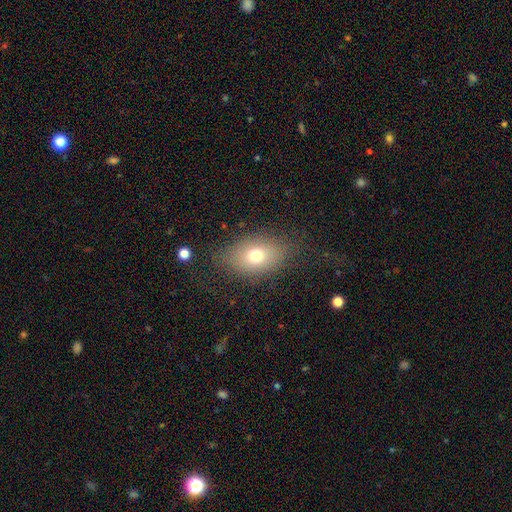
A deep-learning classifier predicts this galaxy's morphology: smooth-or-featured: smooth: 70% | featured or disk: 17% | star or artifact: 12%
  how-rounded: in between: 80% | round: 18% | cigar-shaped: 2%
  merging: none: 75% | minor disturbance: 16% | major disturbance: 8% | merger: 1%